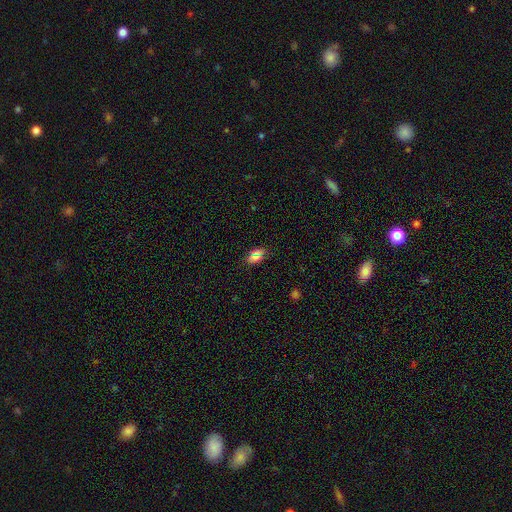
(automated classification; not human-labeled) A smooth galaxy with no disk features (70%) that is in between round and cigar-shaped (83%).

Vote fractions:
- Smooth or featured? smooth: 70% / star or artifact: 21% / featured or disk: 9%
- How rounded? in between: 83% / round: 10% / cigar-shaped: 6%
- Merging? none: 81% / minor disturbance: 13% / major disturbance: 4% / merger: 3%